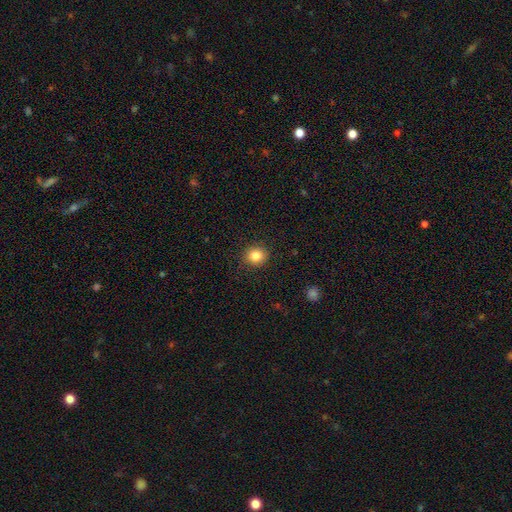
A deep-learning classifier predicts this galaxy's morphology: Smooth or featured: smooth — 84% (star or artifact — 11%)
How rounded: round — 87% (in between — 12%)
Merging: none — 90% (minor disturbance — 7%)